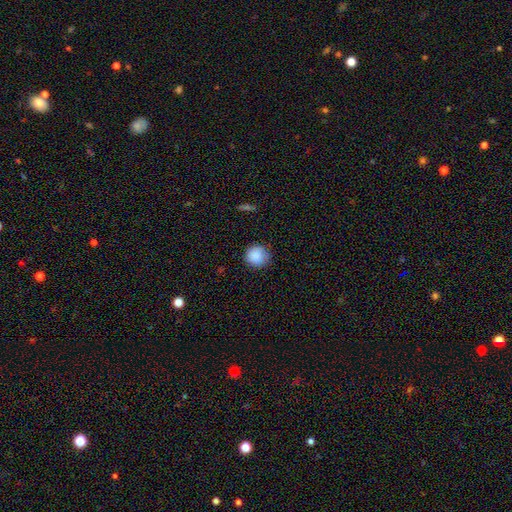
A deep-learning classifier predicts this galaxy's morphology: smooth_or_featured: smooth (p=0.88) [alt: star or artifact p=0.08]
how_rounded: round (p=0.93) [alt: in between p=0.06]
merging: none (p=0.83) [alt: minor disturbance p=0.13]